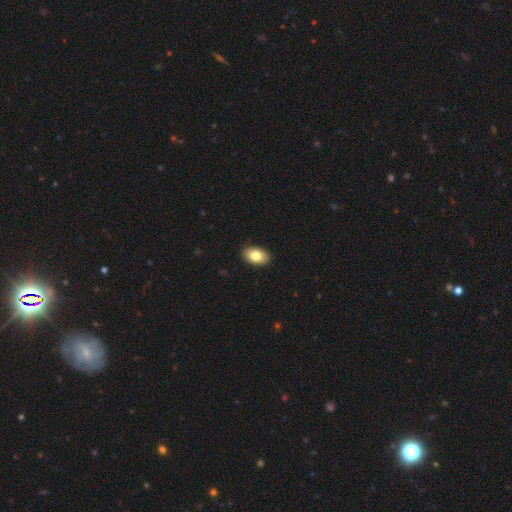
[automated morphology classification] Q: Smooth or featured?
A: smooth (82%); runner-up: featured or disk (11%)
Q: How rounded?
A: in between (89%); runner-up: round (10%)
Q: Merging?
A: none (90%); runner-up: minor disturbance (7%)